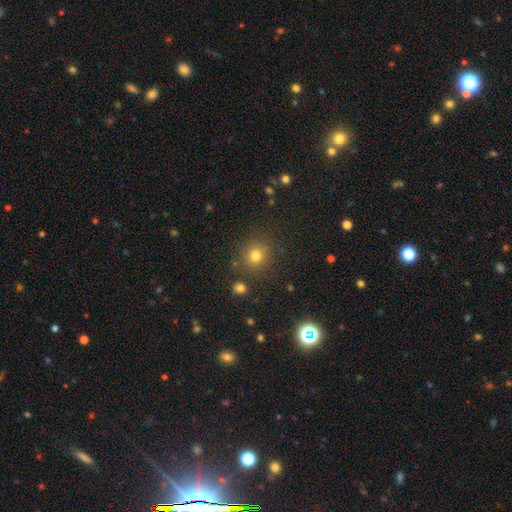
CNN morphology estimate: smooth-or-featured: smooth: 76% | star or artifact: 17% | featured or disk: 7%
  how-rounded: round: 90% | in between: 9% | cigar-shaped: 1%
  merging: none: 85% | minor disturbance: 8% | merger: 4% | major disturbance: 3%